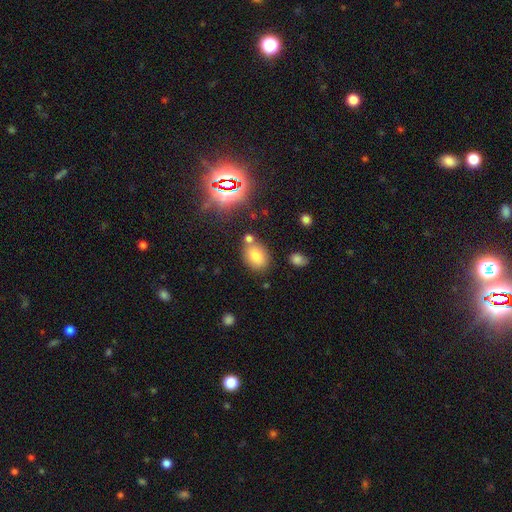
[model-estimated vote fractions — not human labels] Smooth or featured: smooth — 75% (star or artifact — 15%)
How rounded: in between — 74% (round — 24%)
Merging: none — 71% (minor disturbance — 13%)